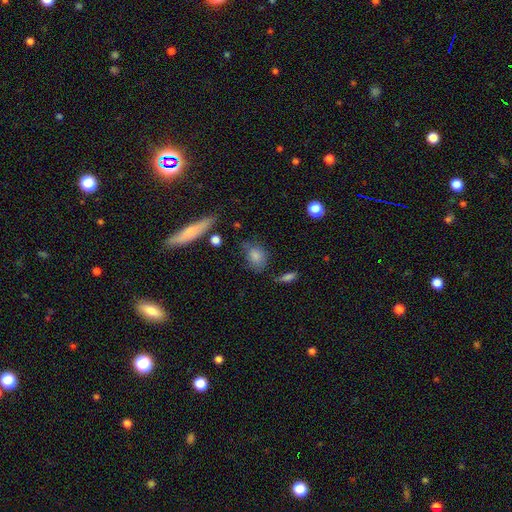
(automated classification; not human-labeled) Smooth or featured? Predicted: smooth (p=0.82). How rounded? Predicted: in between (p=0.63). Merging? Predicted: none (p=0.58).